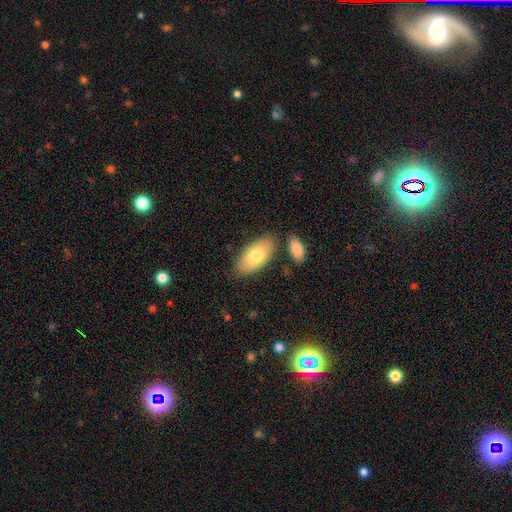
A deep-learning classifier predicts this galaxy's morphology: smooth_or_featured: smooth (p=0.77) [alt: featured or disk p=0.18]
how_rounded: in between (p=0.94) [alt: cigar-shaped p=0.04]
merging: none (p=0.77) [alt: minor disturbance p=0.13]